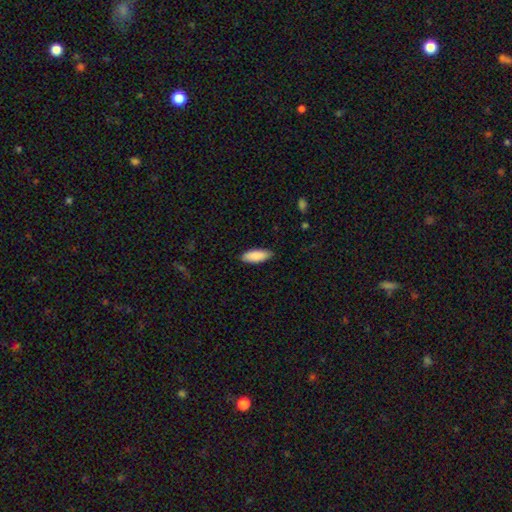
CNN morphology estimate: Overall: smooth (89%). How rounded: in between (76%). Merging: none (86%).